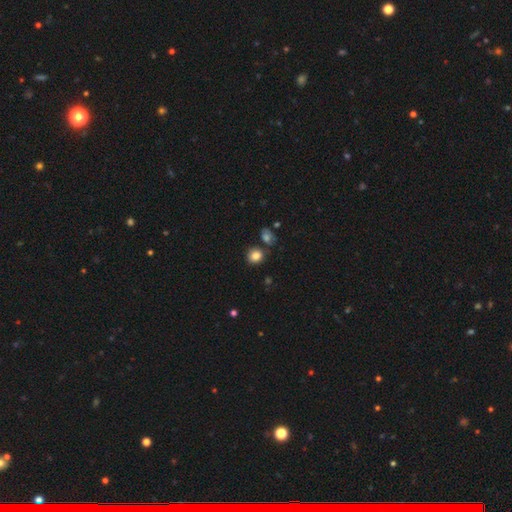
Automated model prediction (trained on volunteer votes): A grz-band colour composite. It shows a smooth galaxy with no disk features (84%) that is round (79%). Merging: none (77%).